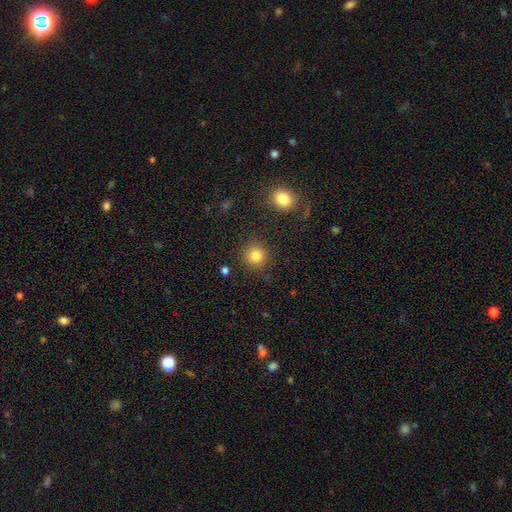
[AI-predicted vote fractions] Smooth or featured?
  - smooth: 84% *
  - star or artifact: 11%
  - featured or disk: 5%
How rounded?
  - round: 92% *
  - in between: 7%
  - cigar-shaped: 1%
Merging?
  - none: 88% *
  - minor disturbance: 7%
  - major disturbance: 3%
  - merger: 2%